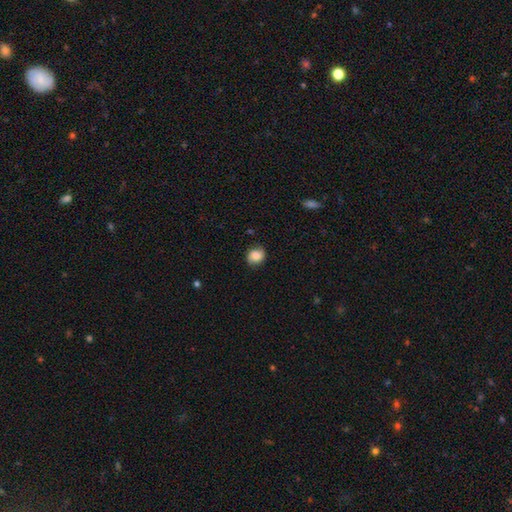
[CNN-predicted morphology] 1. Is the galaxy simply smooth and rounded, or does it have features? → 77% smooth, 14% featured or disk, 9% star or artifact.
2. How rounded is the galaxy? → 68% round, 31% in between, 1% cigar-shaped.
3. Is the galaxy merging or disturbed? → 80% none, 15% minor disturbance, 3% major disturbance, 1% merger.